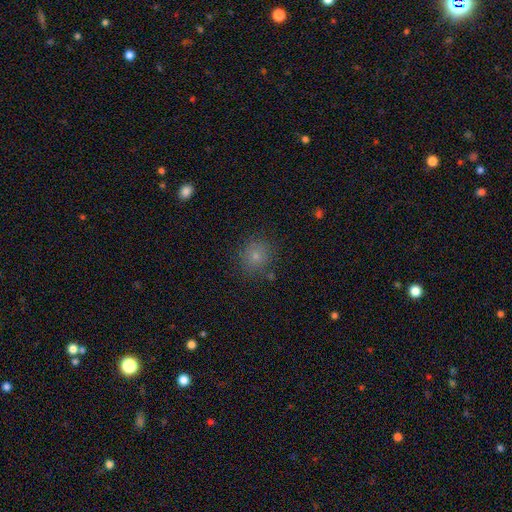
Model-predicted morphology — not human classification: This appears to be a smooth galaxy with no disk features (77%) that is round (88%). Merging: none (83%).